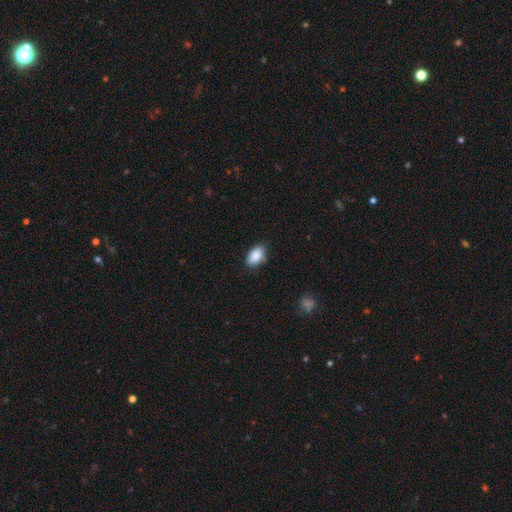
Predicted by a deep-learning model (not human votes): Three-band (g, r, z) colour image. It shows a smooth galaxy with no disk features (89%) that is in between round and cigar-shaped (91%). Merging: none (80%).